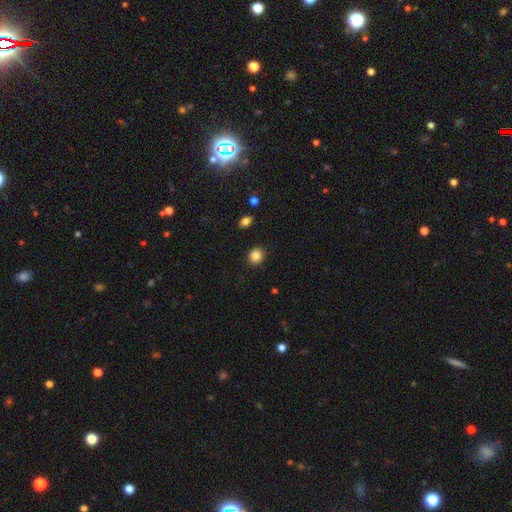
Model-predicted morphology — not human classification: type=smooth (86%); roundness=round (79%); merging=none (90%).